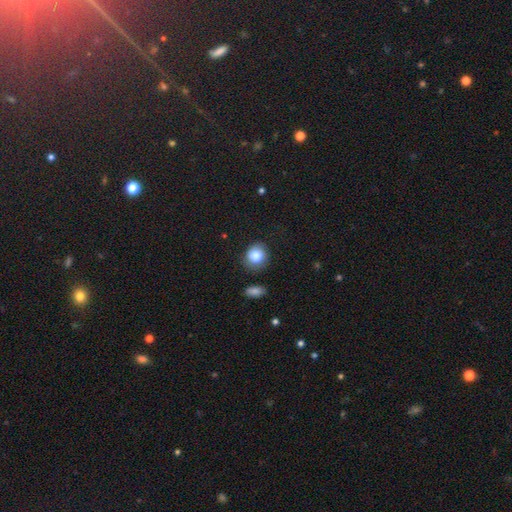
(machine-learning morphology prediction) smooth-or-featured: smooth: 84% | star or artifact: 8% | featured or disk: 8%
  how-rounded: round: 76% | in between: 23% | cigar-shaped: 1%
  merging: none: 75% | minor disturbance: 17% | major disturbance: 5% | merger: 3%